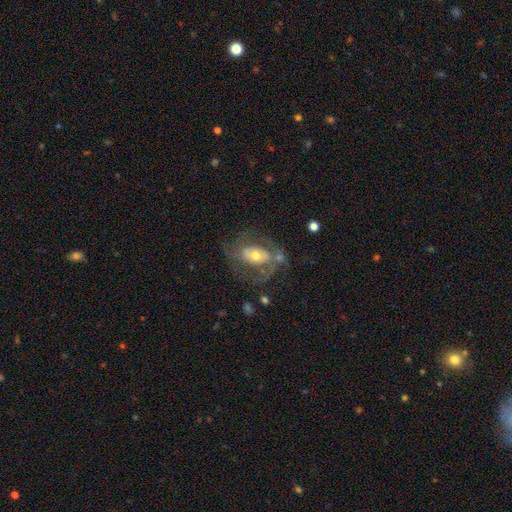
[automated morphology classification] Smooth or featured: featured or disk — 69% (smooth — 23%)
Edge-on disk: no — 95% (yes — 5%)
Bar: no — 55% (weak — 30%)
Spiral arms: yes — 69% (no — 31%)
Bulge size: moderate — 61% (small — 29%)
Merging: none — 52% (major disturbance — 22%)